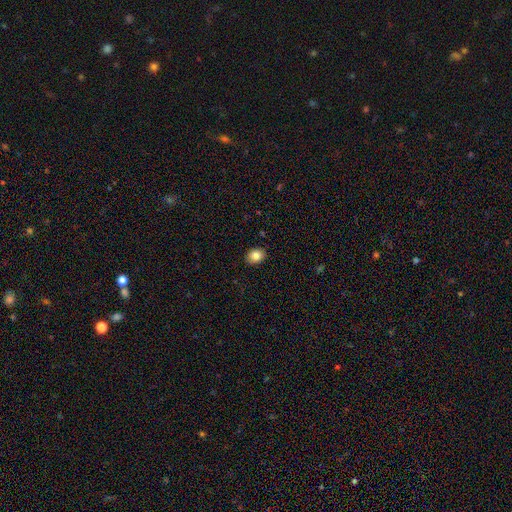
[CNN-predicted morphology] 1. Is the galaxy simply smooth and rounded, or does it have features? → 83% smooth, 9% star or artifact, 7% featured or disk.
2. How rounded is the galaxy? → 55% in between, 44% round, 1% cigar-shaped.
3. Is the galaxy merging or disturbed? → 90% none, 8% minor disturbance, 2% major disturbance, 1% merger.